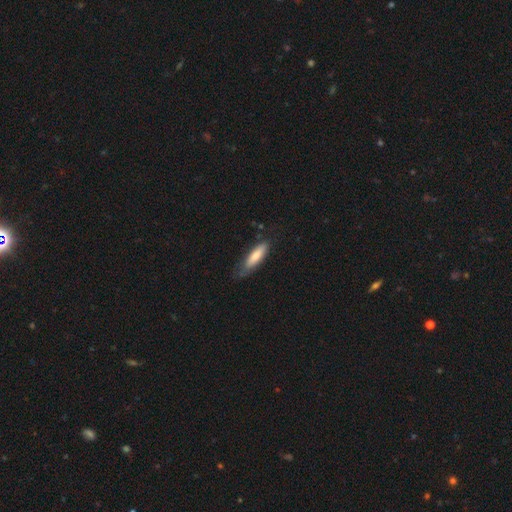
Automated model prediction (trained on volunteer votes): The model was most divided on "how rounded": cigar-shaped: 63%, in between: 36%, round: 1%. More confident: smooth or featured — smooth (74%); merging — none (64%).